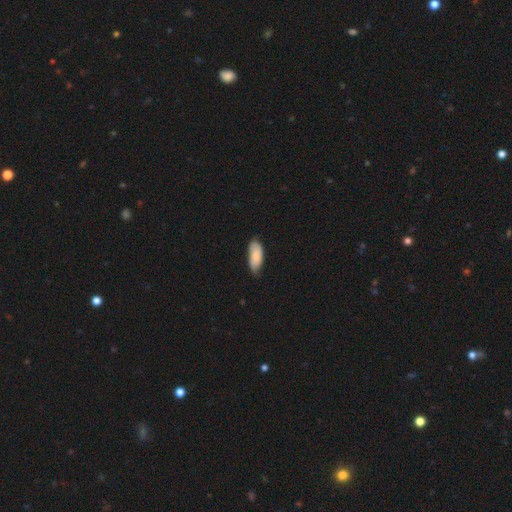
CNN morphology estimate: Smooth or featured? Predicted: smooth (p=0.78). How rounded? Predicted: in between (p=0.83). Merging? Predicted: none (p=0.59).